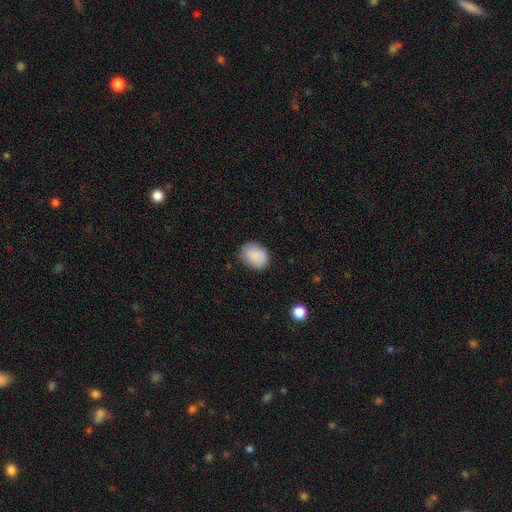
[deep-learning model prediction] smooth_or_featured: smooth (p=0.87) [alt: star or artifact p=0.07]
how_rounded: in between (p=0.54) [alt: round p=0.45]
merging: none (p=0.79) [alt: minor disturbance p=0.16]